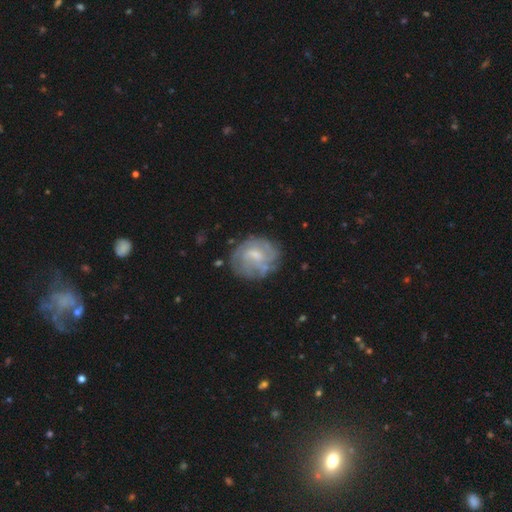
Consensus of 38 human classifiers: Volunteers were most divided on "spiral arm count": can't tell: 43%, 3: 32%, 2: 14%, 1: 4%, 4: 4%, more than 4: 4%. Remaining: edge-on disk — no (97%); smooth or featured — featured or disk (92%); spiral arms — yes (82%); merging — none (74%); bar — weak (62%); spiral winding — tight (57%); bulge size — small (47%).